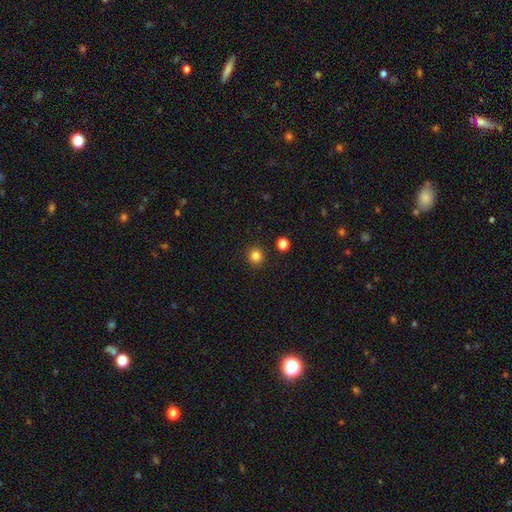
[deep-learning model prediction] This appears to be a smooth galaxy with no disk features (83%) that is round (92%). Merging: none (91%).